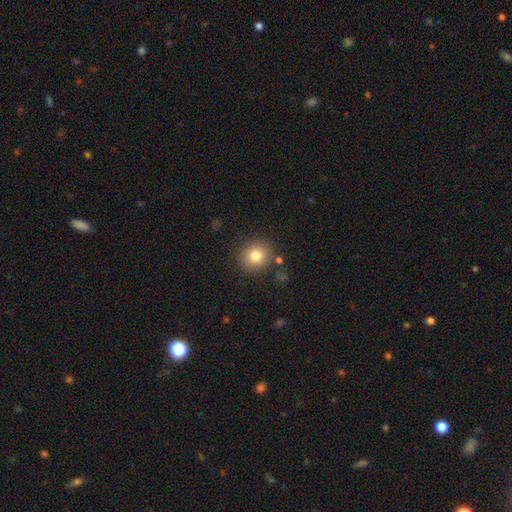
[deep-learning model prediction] Smooth or featured: smooth — 80% (star or artifact — 11%)
How rounded: round — 86% (in between — 14%)
Merging: none — 85% (minor disturbance — 9%)